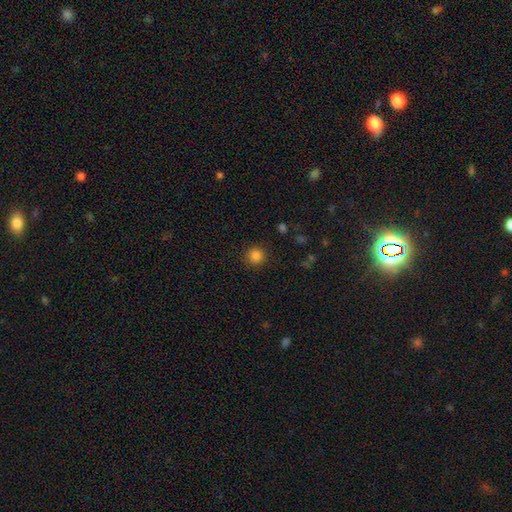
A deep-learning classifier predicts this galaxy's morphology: Smooth or featured?
  - smooth: 84% *
  - star or artifact: 12%
  - featured or disk: 4%
How rounded?
  - round: 93% *
  - in between: 6%
  - cigar-shaped: 1%
Merging?
  - none: 90% *
  - minor disturbance: 6%
  - major disturbance: 2%
  - merger: 1%